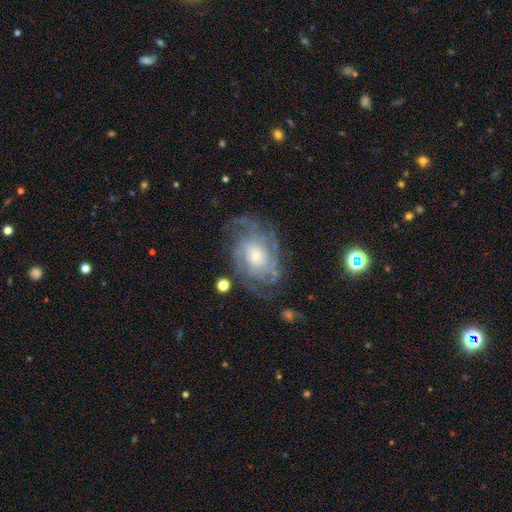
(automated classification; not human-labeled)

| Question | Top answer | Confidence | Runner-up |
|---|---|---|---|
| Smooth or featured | featured or disk | 82% | smooth (11%) |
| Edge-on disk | no | 96% | yes (4%) |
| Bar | no | 72% | weak (23%) |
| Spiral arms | yes | 92% | no (8%) |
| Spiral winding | tight | 59% | medium (32%) |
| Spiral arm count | can't tell | 43% | 3 (15%) |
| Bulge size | small | 49% | moderate (38%) |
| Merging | none | 68% | minor disturbance (19%) |